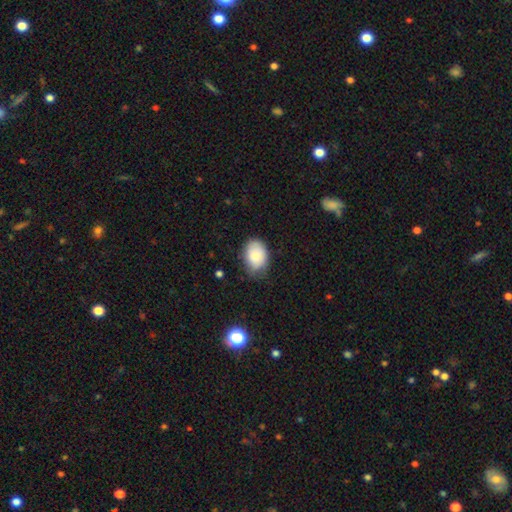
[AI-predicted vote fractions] A smooth galaxy with no disk features (81%) that is in between round and cigar-shaped (77%). Merging: none (67%).